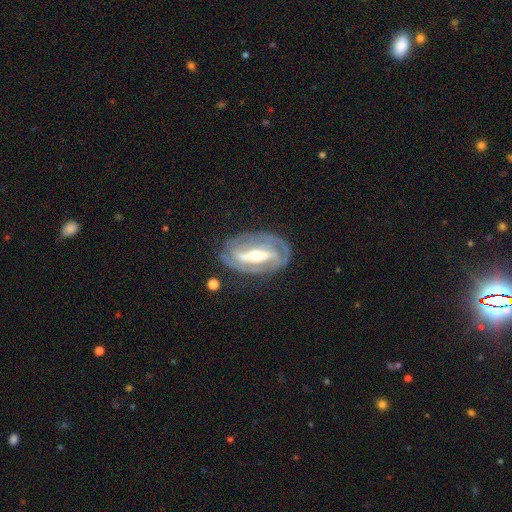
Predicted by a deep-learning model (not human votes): Smooth or featured?
  - featured or disk: 87% *
  - smooth: 9%
  - star or artifact: 5%
Edge-on disk?
  - no: 94% *
  - yes: 6%
Bar?
  - strong: 66% *
  - weak: 23%
  - no: 11%
Spiral arms?
  - yes: 90% *
  - no: 10%
Spiral winding?
  - tight: 64% *
  - medium: 29%
  - loose: 7%
Spiral arm count?
  - 2: 71% *
  - can't tell: 14%
  - 3: 8%
  - 1: 4%
  - 4: 2%
  - more than 4: 2%
Bulge size?
  - moderate: 63% *
  - small: 26%
  - large: 8%
  - dominant: 1%
  - none: 1%
Merging?
  - none: 77% *
  - minor disturbance: 15%
  - major disturbance: 6%
  - merger: 2%